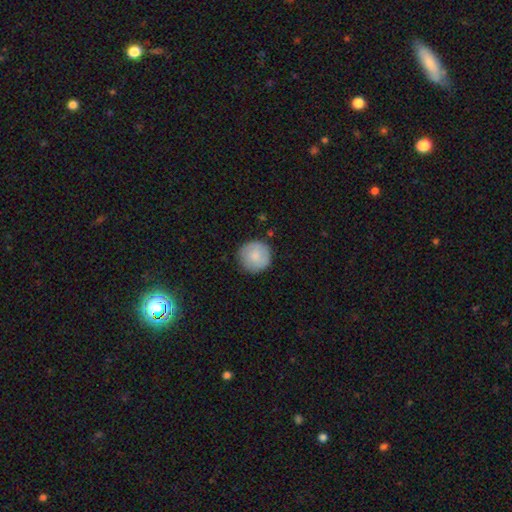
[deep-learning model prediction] Smooth or featured?
  - smooth: 80% *
  - featured or disk: 14%
  - star or artifact: 6%
How rounded?
  - round: 95% *
  - in between: 4%
  - cigar-shaped: 1%
Merging?
  - none: 86% *
  - minor disturbance: 10%
  - major disturbance: 2%
  - merger: 1%